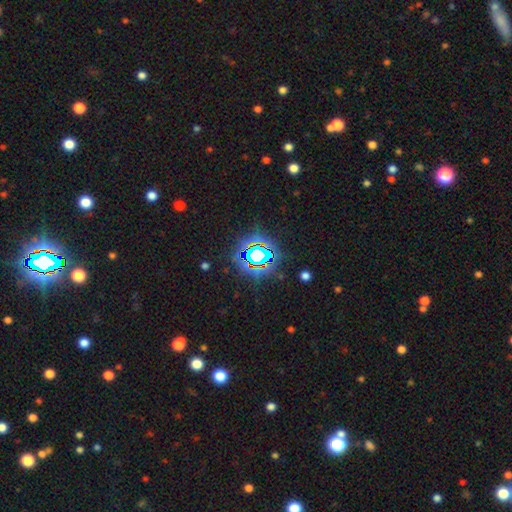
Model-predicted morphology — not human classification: Smooth or featured? Predicted: star or artifact (p=0.82).